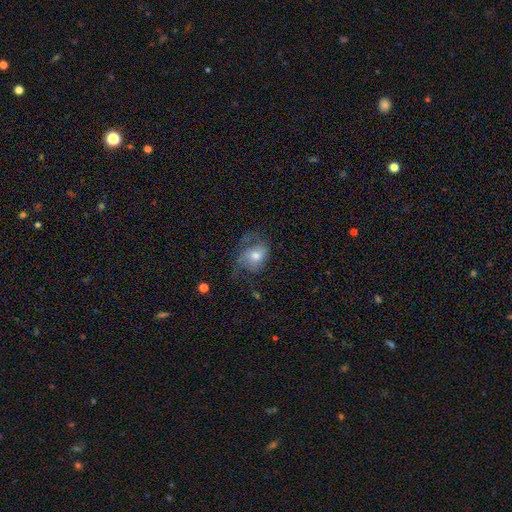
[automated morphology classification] This is possibly a smooth galaxy (48%). Merging: marginally none (39%).